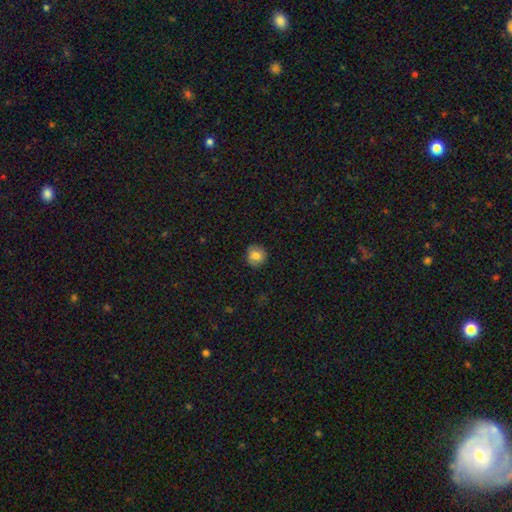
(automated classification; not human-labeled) smooth-or-featured: smooth: 80% | featured or disk: 11% | star or artifact: 9%
  how-rounded: round: 92% | in between: 8% | cigar-shaped: 1%
  merging: none: 88% | minor disturbance: 9% | major disturbance: 2% | merger: 1%